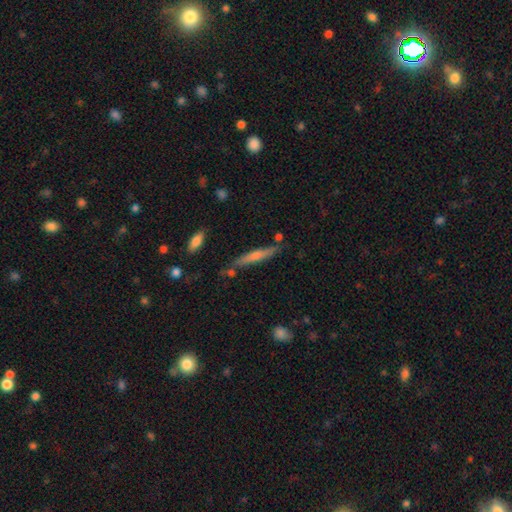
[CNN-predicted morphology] A smooth galaxy with no disk features (54%) that is cigar-shaped (92%).

Vote fractions:
- Smooth or featured? smooth: 54% / featured or disk: 39% / star or artifact: 6%
- How rounded? cigar-shaped: 92% / in between: 6% / round: 2%
- Merging? none: 77% / minor disturbance: 14% / merger: 6% / major disturbance: 3%